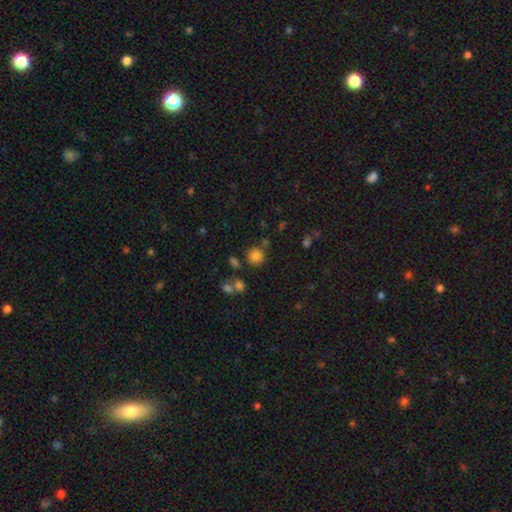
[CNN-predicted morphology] A smooth galaxy with no disk features (81%) that is round (89%). Merging: none (74%).